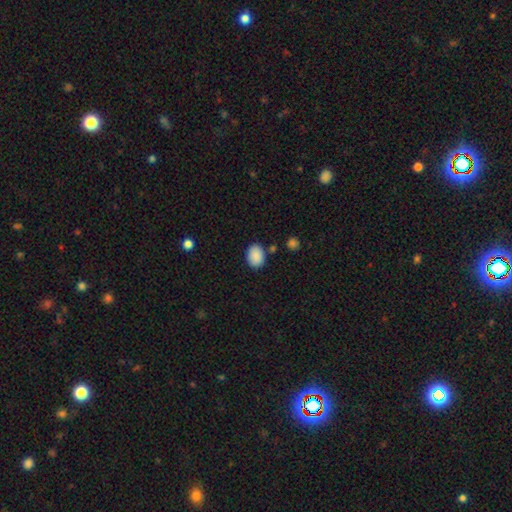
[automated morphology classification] A smooth galaxy with no disk features (89%) that is in between round and cigar-shaped (71%).

Vote fractions:
- Smooth or featured? smooth: 89% / star or artifact: 7% / featured or disk: 4%
- How rounded? in between: 71% / round: 29% / cigar-shaped: 1%
- Merging? none: 82% / minor disturbance: 11% / merger: 4% / major disturbance: 3%